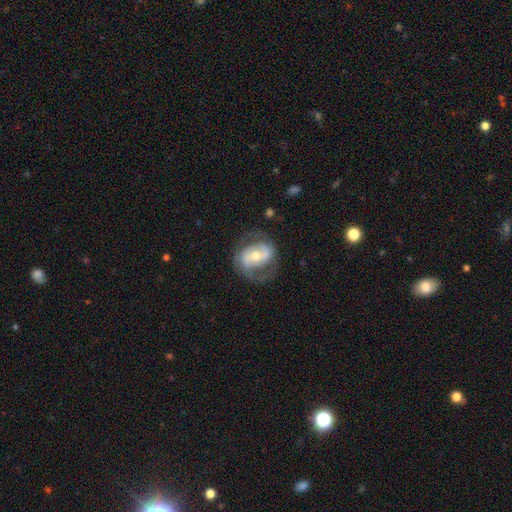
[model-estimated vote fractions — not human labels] Smooth or featured: featured or disk — 74% (smooth — 20%)
Edge-on disk: no — 96% (yes — 4%)
Bar: weak — 36% (no — 33%)
Spiral arms: yes — 80% (no — 20%)
Spiral winding: medium — 46% (tight — 30%)
Spiral arm count: 2 — 80% (can't tell — 11%)
Bulge size: moderate — 61% (small — 32%)
Merging: none — 66% (minor disturbance — 18%)